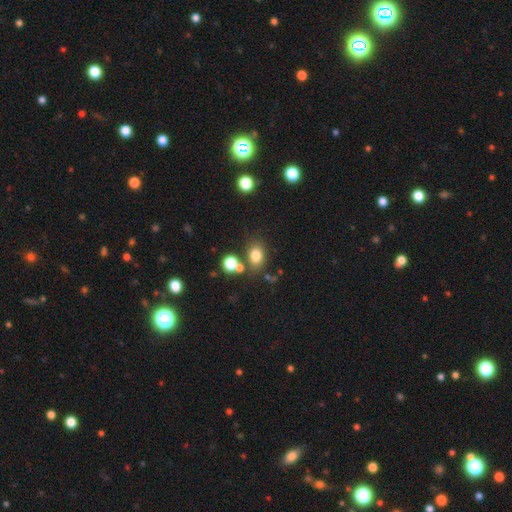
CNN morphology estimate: type=smooth (78%); roundness=in between (59%); merging=none (70%).